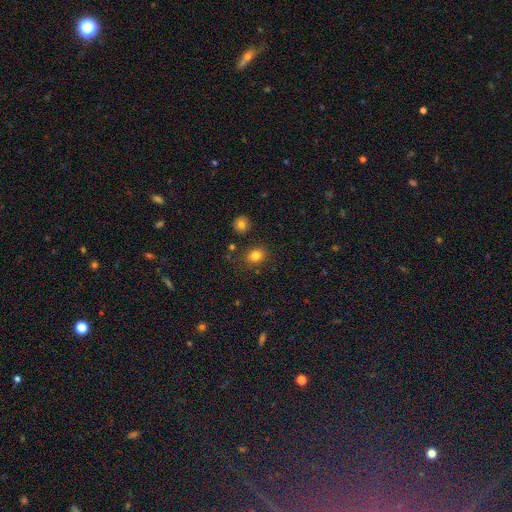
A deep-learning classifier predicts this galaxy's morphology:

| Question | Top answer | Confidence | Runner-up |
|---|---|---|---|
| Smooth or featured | smooth | 82% | star or artifact (12%) |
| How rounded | round | 61% | in between (38%) |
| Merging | none | 82% | minor disturbance (10%) |